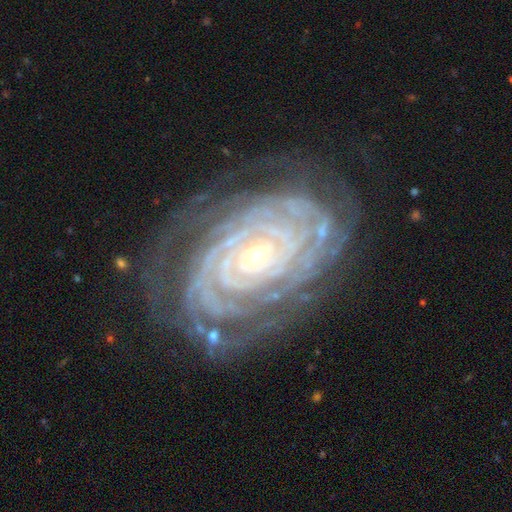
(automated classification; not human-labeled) smooth-or-featured: featured or disk: 92% | star or artifact: 5% | smooth: 3%
  disk-edge-on: no: 96% | yes: 4%
    bar: no: 70% | weak: 18% | strong: 12%
    has-spiral-arms: yes: 98% | no: 2%
      spiral-winding: tight: 89% | medium: 9% | loose: 2%
      spiral-arm-count: more than 4: 21% | 4: 20% | can't tell: 20% | 2: 16% | 3: 14% | 1: 7%
    bulge-size: small: 74% | moderate: 22% | large: 1% | none: 1% | dominant: 1%
  merging: none: 75% | minor disturbance: 16% | major disturbance: 7% | merger: 2%